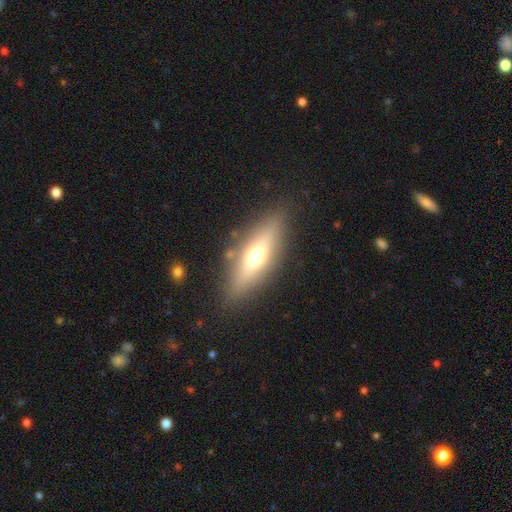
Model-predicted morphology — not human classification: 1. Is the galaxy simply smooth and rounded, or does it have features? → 50% smooth, 42% featured or disk, 8% star or artifact.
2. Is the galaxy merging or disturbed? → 84% none, 10% minor disturbance, 4% major disturbance, 2% merger.